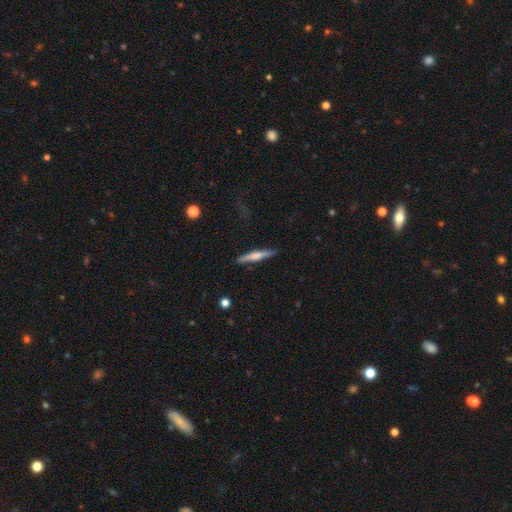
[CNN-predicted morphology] Q: Smooth or featured?
A: featured or disk (50%); runner-up: smooth (44%)
Q: Merging?
A: none (87%); runner-up: minor disturbance (10%)